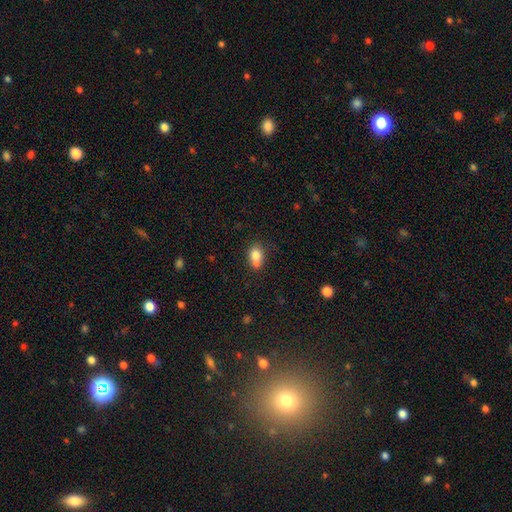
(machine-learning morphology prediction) Smooth or featured: smooth — 77% (featured or disk — 13%)
How rounded: in between — 59% (round — 39%)
Merging: none — 40% (merger — 37%)